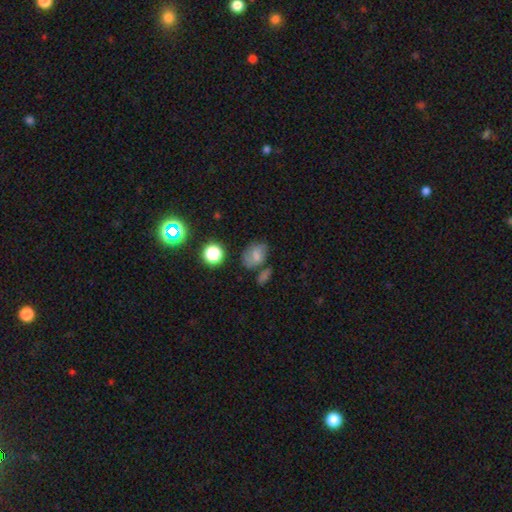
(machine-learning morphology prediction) smooth_or_featured: smooth (p=0.67) [alt: featured or disk p=0.19]
how_rounded: in between (p=0.72) [alt: round p=0.27]
merging: none (p=0.59) [alt: minor disturbance p=0.23]